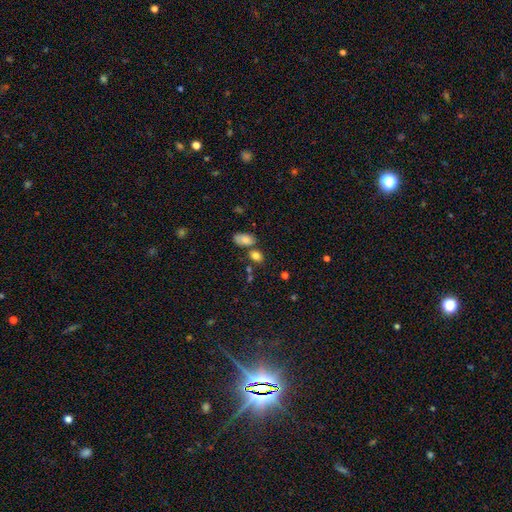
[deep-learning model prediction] This appears to be a smooth galaxy with no disk features (80%) that is in between round and cigar-shaped (66%). Merging: none (56%).